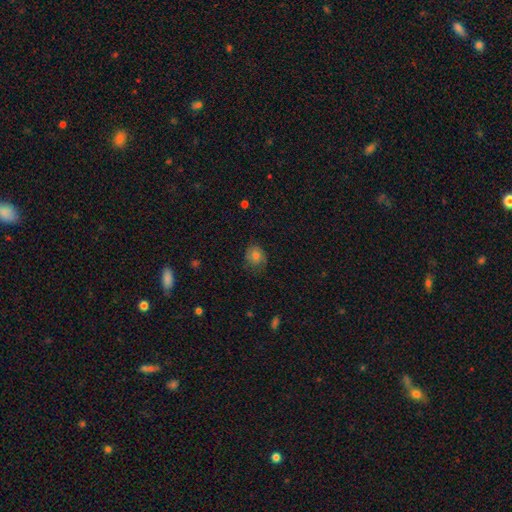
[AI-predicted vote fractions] smooth-or-featured: smooth: 69% | featured or disk: 21% | star or artifact: 10%
  how-rounded: round: 68% | in between: 31% | cigar-shaped: 1%
  merging: none: 68% | minor disturbance: 23% | major disturbance: 8% | merger: 1%